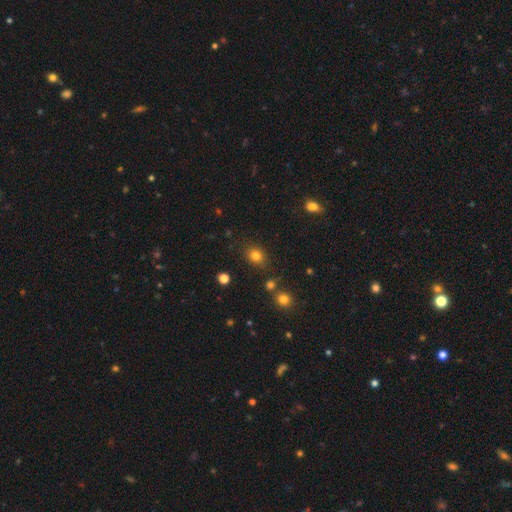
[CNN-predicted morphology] A smooth galaxy with no disk features (80%) that is round (62%). Merging: none (81%).